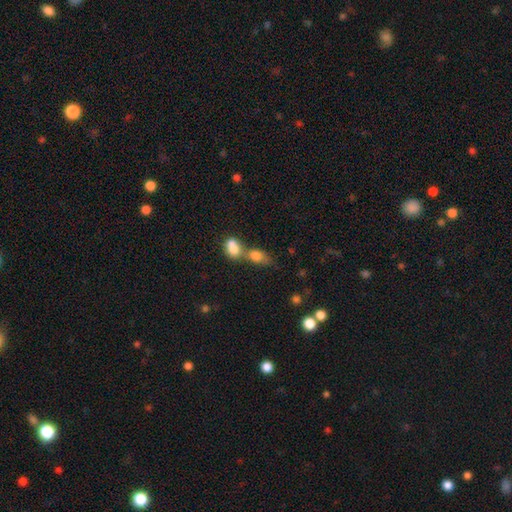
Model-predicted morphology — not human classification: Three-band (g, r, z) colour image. It shows a smooth galaxy with no disk features (78%) that is in between round and cigar-shaped (75%). Merging: merger (62%).